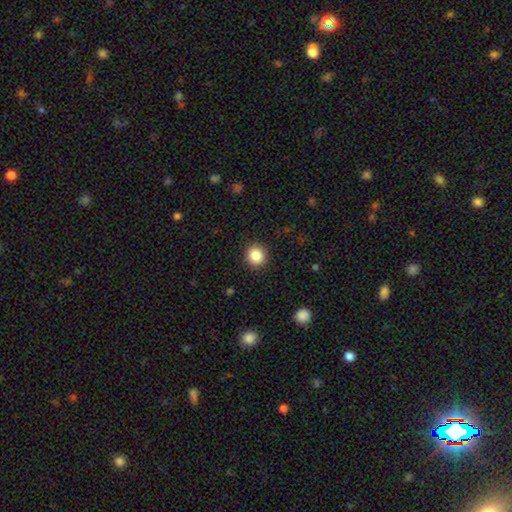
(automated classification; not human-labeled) Overall: smooth (86%). How rounded: round (91%). Merging: none (91%).